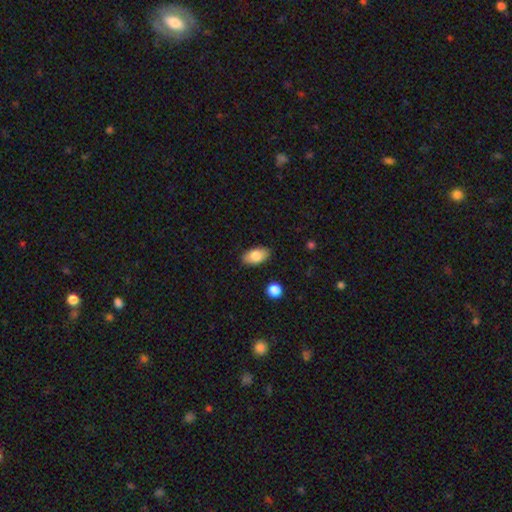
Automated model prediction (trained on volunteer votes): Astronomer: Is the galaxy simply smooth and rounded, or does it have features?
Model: smooth — 84%.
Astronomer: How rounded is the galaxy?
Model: in between — 92%.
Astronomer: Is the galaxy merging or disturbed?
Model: none — 85%.